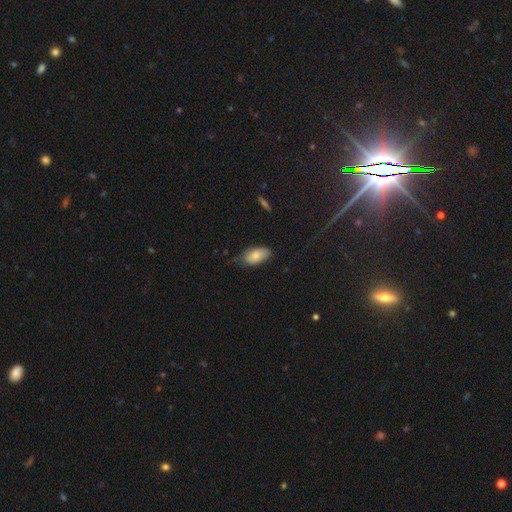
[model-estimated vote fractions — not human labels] Morphology: type=smooth (81%); roundness=in between (94%); merging=none (57%).